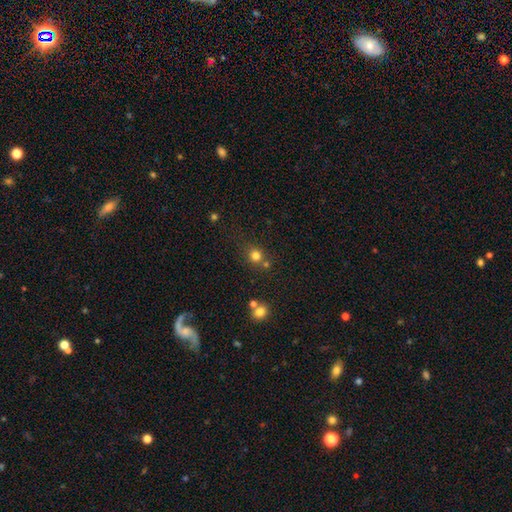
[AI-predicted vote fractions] smooth_or_featured: smooth (p=0.78) [alt: star or artifact p=0.16]
how_rounded: round (p=0.86) [alt: in between p=0.13]
merging: none (p=0.67) [alt: merger p=0.19]